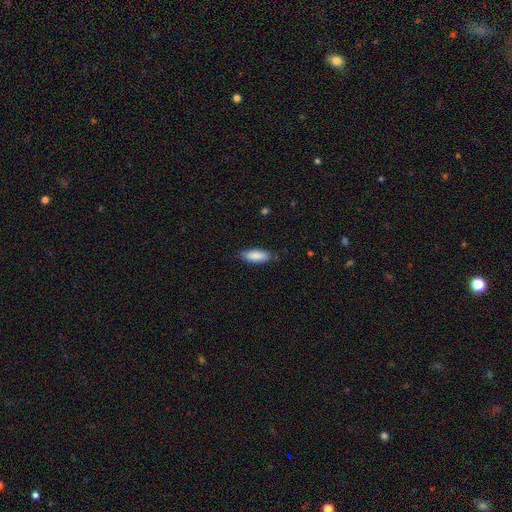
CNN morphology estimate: Smooth or featured?
  - smooth: 87% *
  - featured or disk: 7%
  - star or artifact: 6%
How rounded?
  - in between: 74% *
  - cigar-shaped: 24%
  - round: 2%
Merging?
  - none: 80% *
  - minor disturbance: 16%
  - major disturbance: 3%
  - merger: 1%